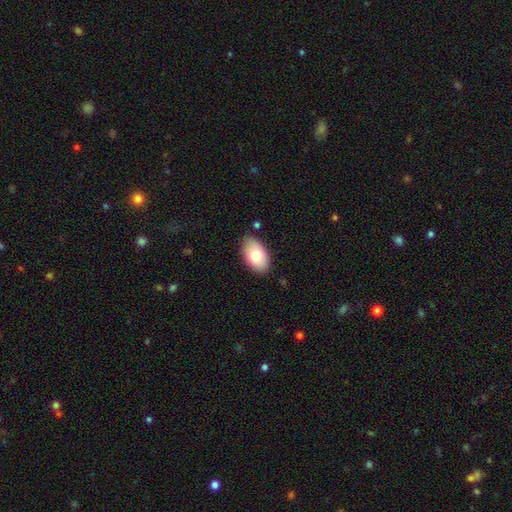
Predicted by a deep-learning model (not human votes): Morphology: type=smooth (78%); roundness=in between (93%); merging=none (82%).